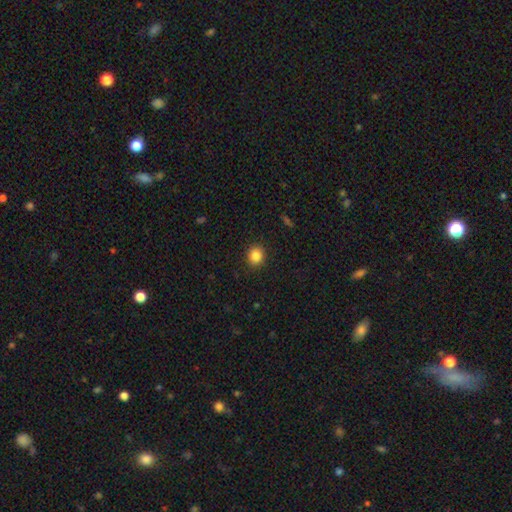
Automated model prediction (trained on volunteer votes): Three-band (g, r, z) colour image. It shows a smooth galaxy with no disk features (86%) that is round (79%). Merging: none (90%).